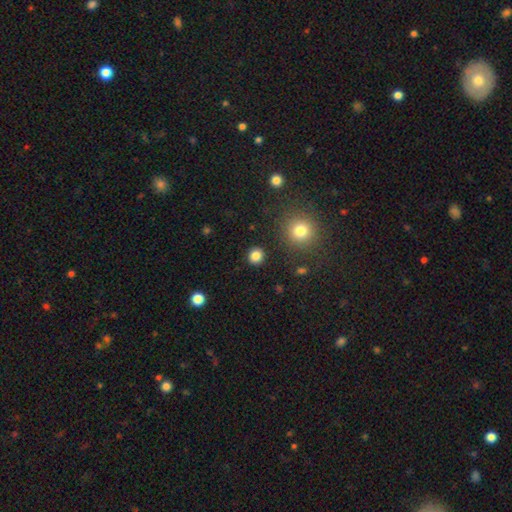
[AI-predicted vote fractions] This is clearly a smooth galaxy (83%). How rounded: clearly round (91%). Merging: clearly none (91%).